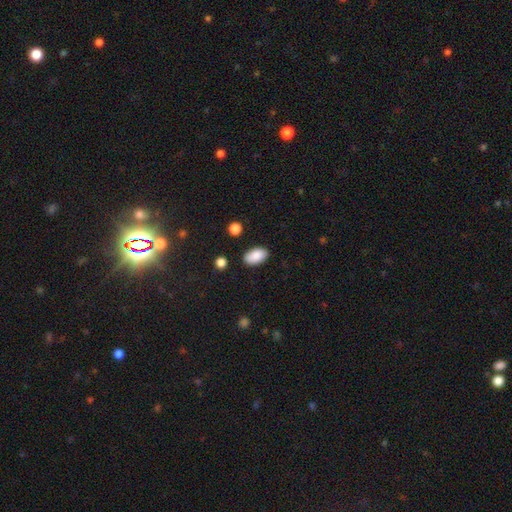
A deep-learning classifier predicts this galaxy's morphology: This is clearly a smooth galaxy (87%). How rounded: clearly in between (94%). Merging: clearly none (85%).